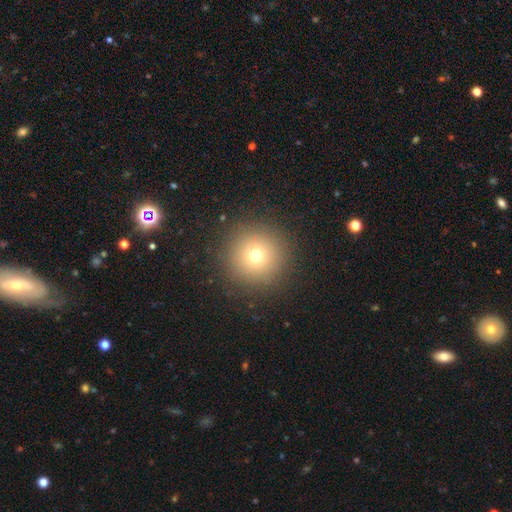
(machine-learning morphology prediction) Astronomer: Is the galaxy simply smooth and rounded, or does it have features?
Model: smooth — 73%.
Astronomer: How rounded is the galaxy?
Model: round — 96%.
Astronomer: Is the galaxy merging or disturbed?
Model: none — 91%.